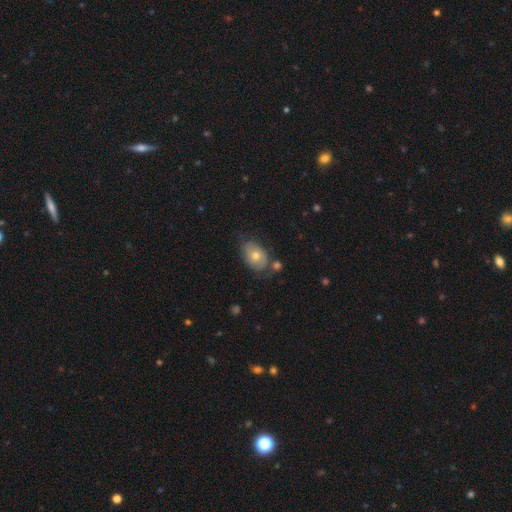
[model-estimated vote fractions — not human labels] The model was most divided on "merging": none: 57%, minor disturbance: 24%, merger: 10%, major disturbance: 8%. More confident: how rounded — in between (81%); smooth or featured — smooth (65%).